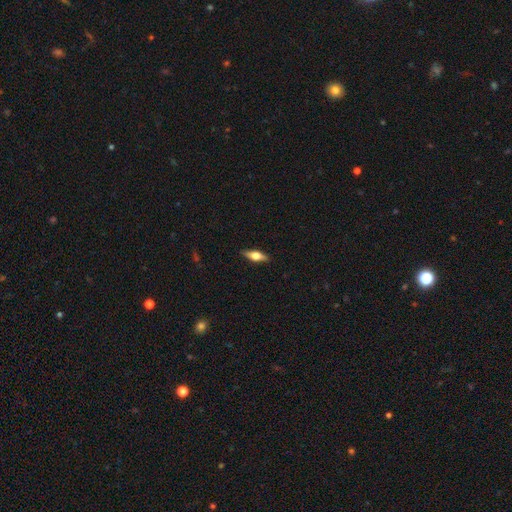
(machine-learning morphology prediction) Overall: featured or disk (49%; smooth 45%). Merging: none (88%).